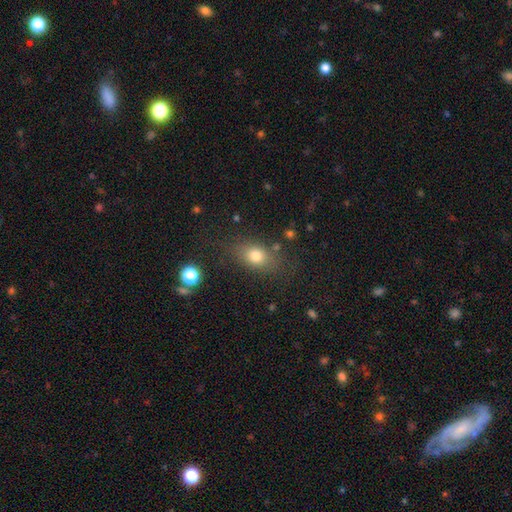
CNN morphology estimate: smooth_or_featured: smooth (p=0.77) [alt: star or artifact p=0.12]
how_rounded: in between (p=0.68) [alt: round p=0.29]
merging: none (p=0.75) [alt: minor disturbance p=0.15]